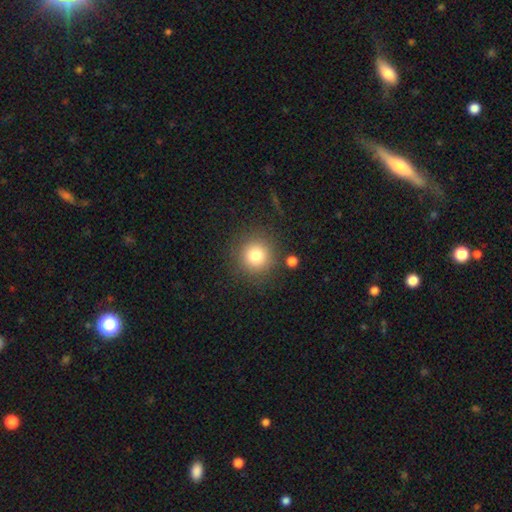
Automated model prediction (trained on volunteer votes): A smooth galaxy with no disk features (79%) that is round (94%).

Vote fractions:
- Smooth or featured? smooth: 79% / star or artifact: 12% / featured or disk: 9%
- How rounded? round: 94% / in between: 5% / cigar-shaped: 1%
- Merging? none: 85% / minor disturbance: 8% / major disturbance: 4% / merger: 3%